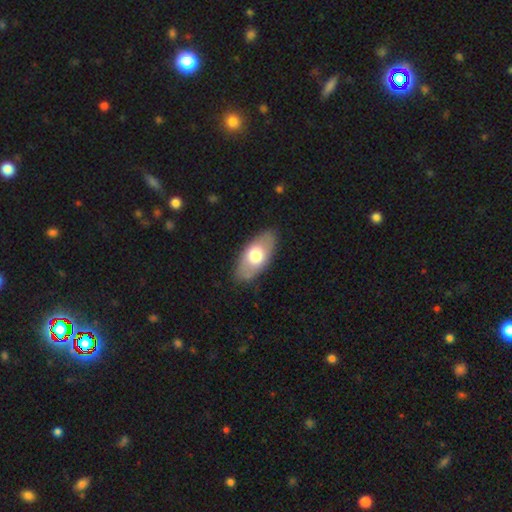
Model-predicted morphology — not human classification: Overall: smooth (65%; featured or disk 30%). How rounded: in between (91%). Merging: none (85%).